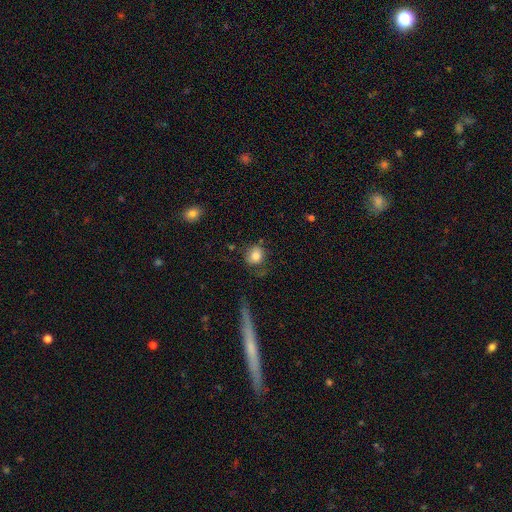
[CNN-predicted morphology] Smooth or featured?
  - smooth: 81% *
  - featured or disk: 10%
  - star or artifact: 9%
How rounded?
  - round: 72% *
  - in between: 26%
  - cigar-shaped: 1%
Merging?
  - none: 63% *
  - minor disturbance: 21%
  - major disturbance: 11%
  - merger: 4%